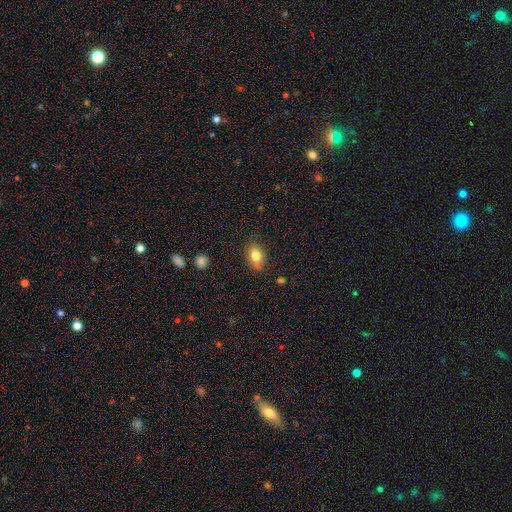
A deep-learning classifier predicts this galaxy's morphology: A smooth galaxy with no disk features (79%) that is in between round and cigar-shaped (84%). Merging: none (78%).